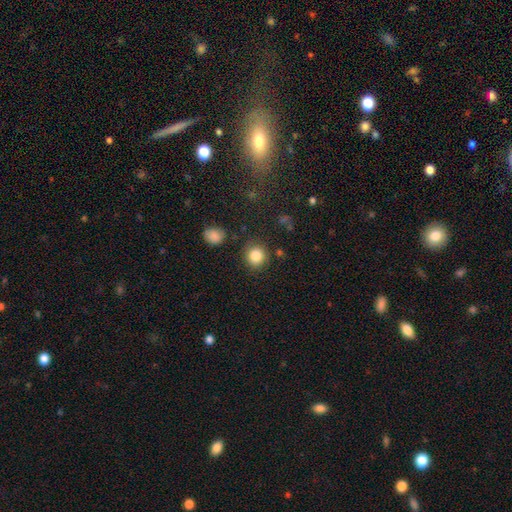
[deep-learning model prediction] Smooth or featured?
  - smooth: 84% *
  - star or artifact: 10%
  - featured or disk: 5%
How rounded?
  - round: 88% *
  - in between: 12%
  - cigar-shaped: 1%
Merging?
  - none: 85% *
  - minor disturbance: 9%
  - major disturbance: 3%
  - merger: 3%